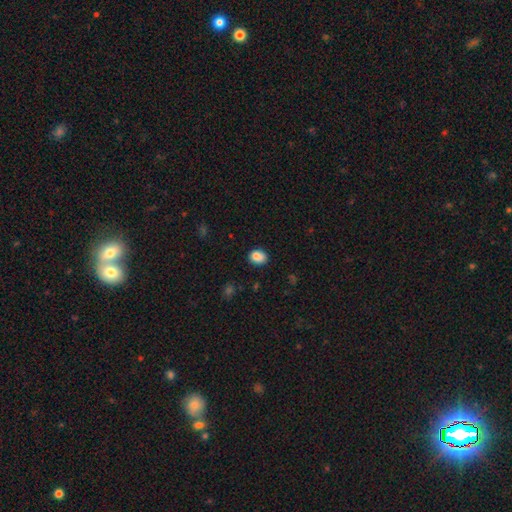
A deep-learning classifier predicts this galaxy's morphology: A smooth galaxy with no disk features (87%) that is in between round and cigar-shaped (52%).

Vote fractions:
- Smooth or featured? smooth: 87% / star or artifact: 9% / featured or disk: 4%
- How rounded? in between: 52% / round: 47% / cigar-shaped: 1%
- Merging? none: 85% / minor disturbance: 11% / major disturbance: 2% / merger: 1%